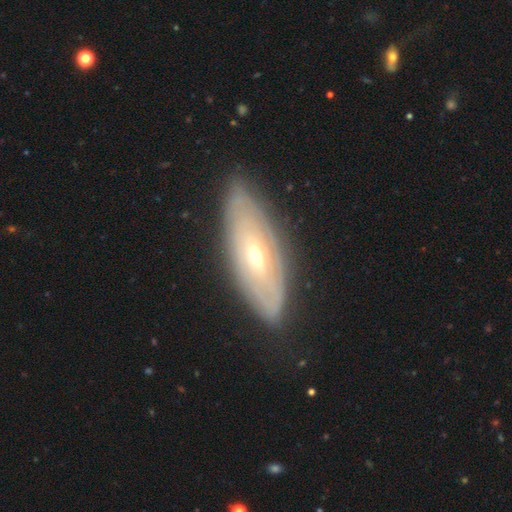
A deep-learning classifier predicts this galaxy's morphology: The model was most divided on "smooth or featured": featured or disk: 63%, smooth: 30%, star or artifact: 7%. More confident: merging — none (81%); edge-on disk — no (72%).